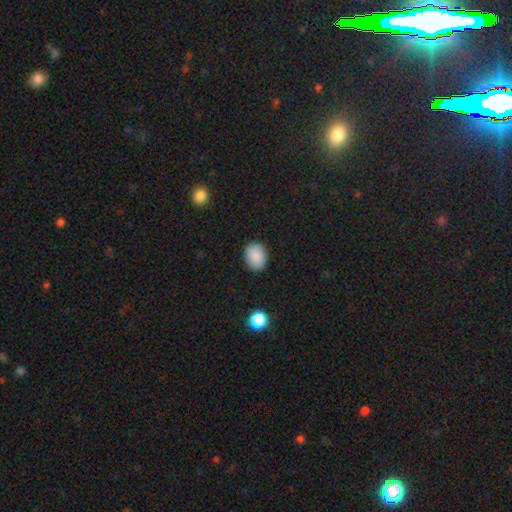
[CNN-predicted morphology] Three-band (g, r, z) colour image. It shows a smooth galaxy with no disk features (88%) that is in between round and cigar-shaped (61%). Merging: none (87%).